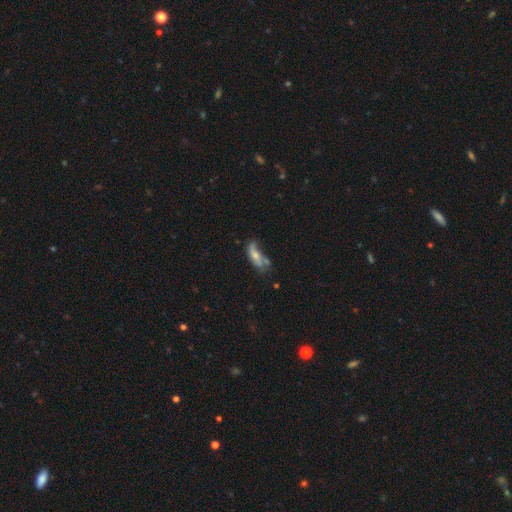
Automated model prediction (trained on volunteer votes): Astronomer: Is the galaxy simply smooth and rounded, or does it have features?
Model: smooth — 50% (runner-up: featured or disk, 41%).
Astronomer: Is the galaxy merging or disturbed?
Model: none — 34% (runner-up: minor disturbance, 28%).